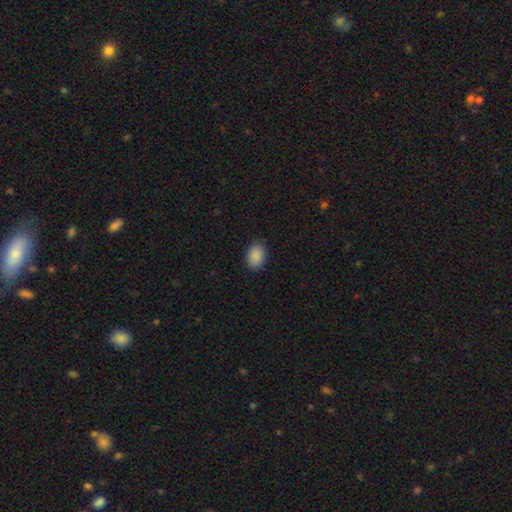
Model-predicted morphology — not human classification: smooth-or-featured: smooth: 89% | star or artifact: 8% | featured or disk: 3%
  how-rounded: in between: 80% | round: 19% | cigar-shaped: 1%
  merging: none: 87% | minor disturbance: 10% | major disturbance: 2% | merger: 1%